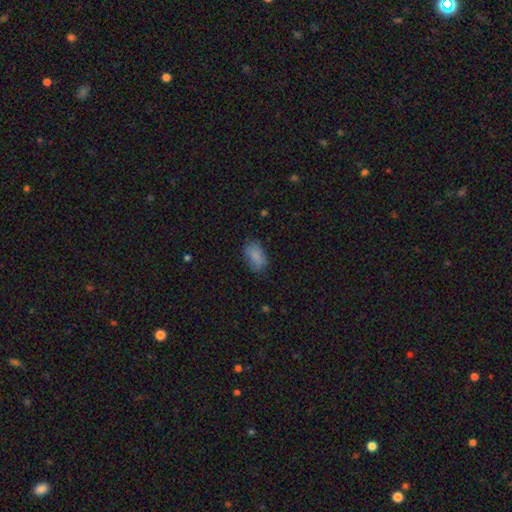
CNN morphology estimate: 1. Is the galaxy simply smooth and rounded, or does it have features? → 84% smooth, 8% star or artifact, 7% featured or disk.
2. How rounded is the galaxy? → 90% in between, 8% round, 2% cigar-shaped.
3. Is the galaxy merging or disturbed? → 73% none, 20% minor disturbance, 5% major disturbance, 1% merger.